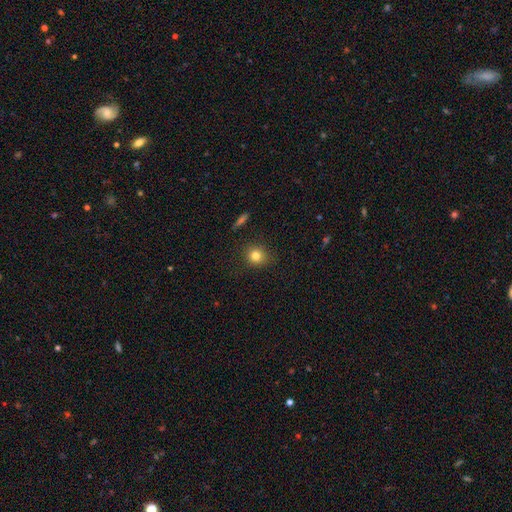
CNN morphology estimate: A smooth galaxy with no disk features (80%) that is round (86%).

Vote fractions:
- Smooth or featured? smooth: 80% / star or artifact: 12% / featured or disk: 8%
- How rounded? round: 86% / in between: 13% / cigar-shaped: 1%
- Merging? none: 87% / minor disturbance: 9% / major disturbance: 2% / merger: 1%